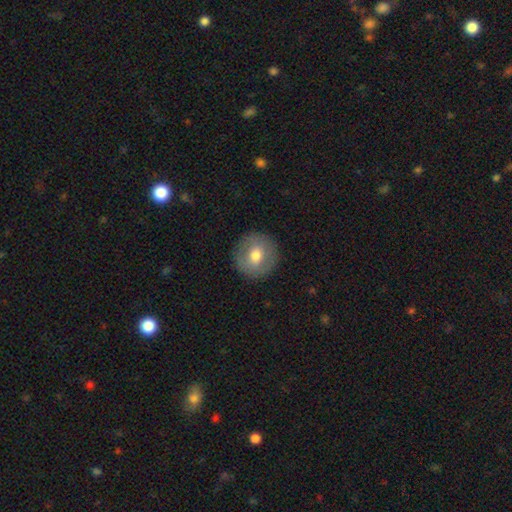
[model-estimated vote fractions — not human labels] Morphology: type=smooth (67%); roundness=round (93%); merging=none (89%).